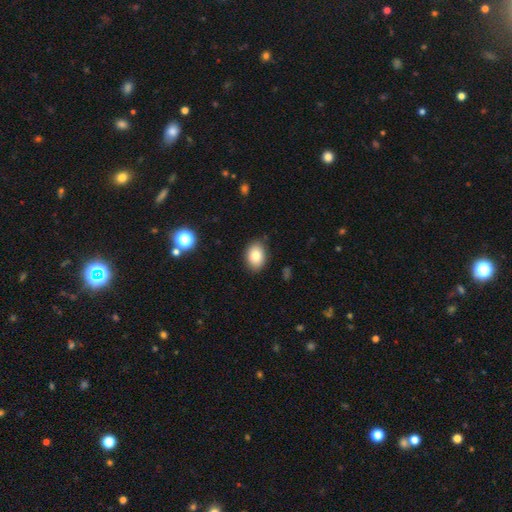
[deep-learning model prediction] Smooth or featured? Predicted: smooth (p=0.83). How rounded? Predicted: in between (p=0.76). Merging? Predicted: none (p=0.85).